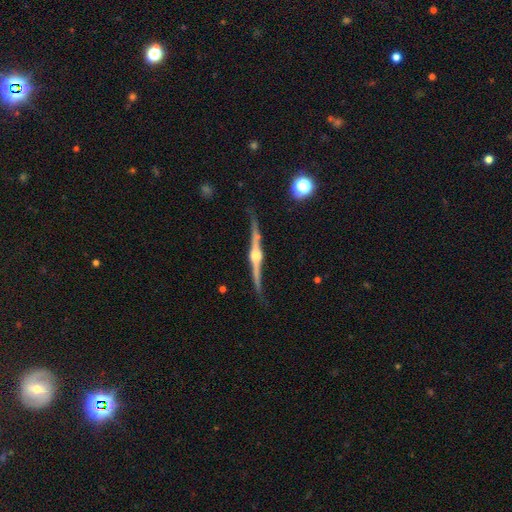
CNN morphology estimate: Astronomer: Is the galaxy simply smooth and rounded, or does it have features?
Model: featured or disk — 89%.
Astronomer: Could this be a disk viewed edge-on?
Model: yes — 98%.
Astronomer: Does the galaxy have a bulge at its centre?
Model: rounded — 94%.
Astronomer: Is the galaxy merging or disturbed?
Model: none — 83%.